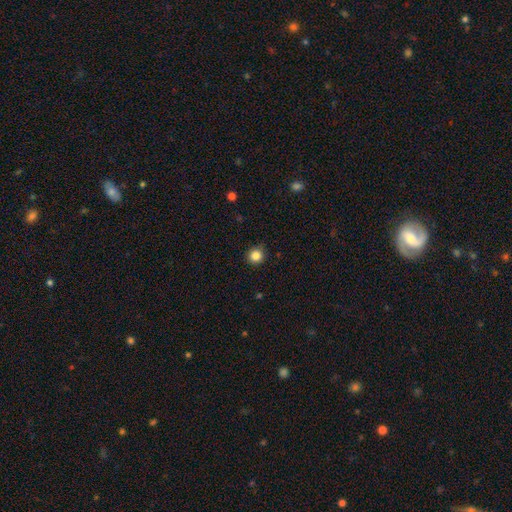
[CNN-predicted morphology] Smooth or featured?
  - smooth: 85% *
  - star or artifact: 11%
  - featured or disk: 4%
How rounded?
  - round: 93% *
  - in between: 6%
  - cigar-shaped: 1%
Merging?
  - none: 89% *
  - minor disturbance: 8%
  - major disturbance: 2%
  - merger: 1%